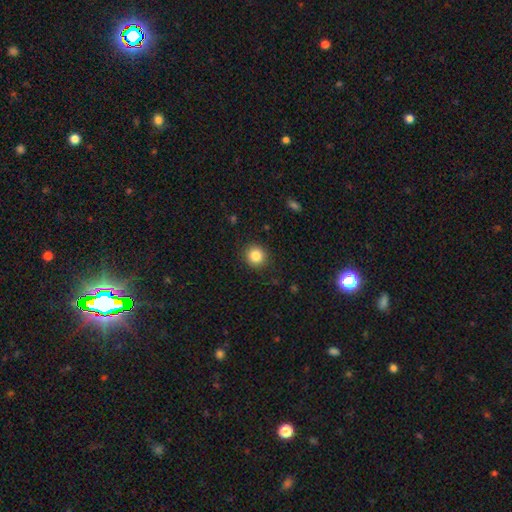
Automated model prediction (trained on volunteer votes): smooth-or-featured: smooth: 84% | star or artifact: 10% | featured or disk: 5%
  how-rounded: round: 91% | in between: 8% | cigar-shaped: 1%
  merging: none: 90% | minor disturbance: 7% | major disturbance: 2% | merger: 1%